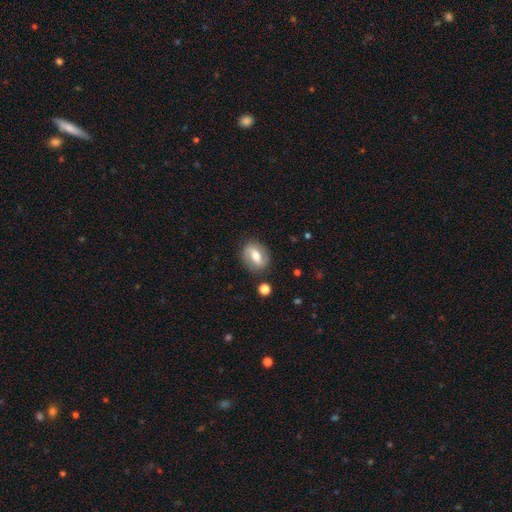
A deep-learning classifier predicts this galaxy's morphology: smooth-or-featured: featured or disk: 52% | smooth: 41% | star or artifact: 7%
  disk-edge-on: no: 92% | yes: 8%
  merging: none: 82% | minor disturbance: 12% | major disturbance: 4% | merger: 2%